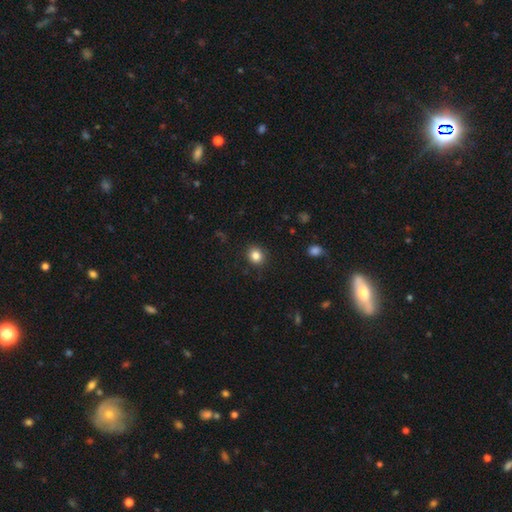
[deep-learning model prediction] The model was most divided on "how rounded": round: 82%, in between: 17%, cigar-shaped: 1%. More confident: merging — none (89%); smooth or featured — smooth (84%).